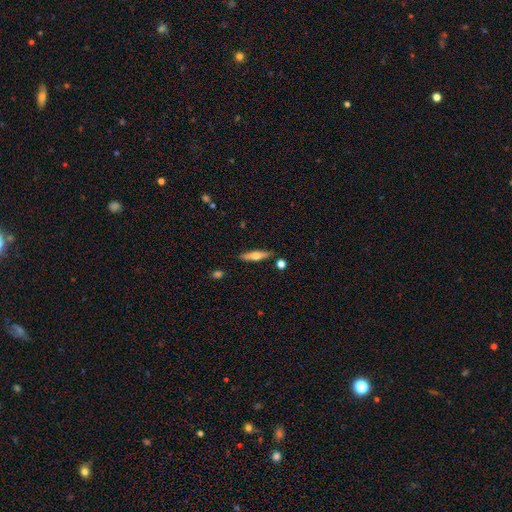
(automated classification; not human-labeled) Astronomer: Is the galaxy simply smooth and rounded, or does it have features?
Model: featured or disk — 51% (runner-up: smooth, 43%).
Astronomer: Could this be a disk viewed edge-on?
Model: yes — 93%.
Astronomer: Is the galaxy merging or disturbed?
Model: none — 86%.